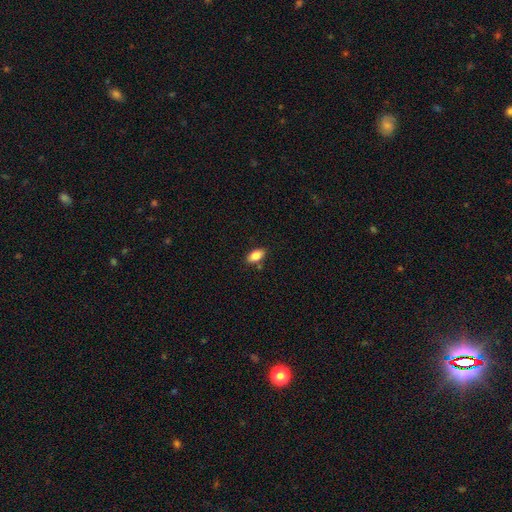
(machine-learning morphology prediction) Q: Smooth or featured?
A: smooth (84%); runner-up: featured or disk (9%)
Q: How rounded?
A: in between (91%); runner-up: cigar-shaped (5%)
Q: Merging?
A: none (83%); runner-up: minor disturbance (11%)